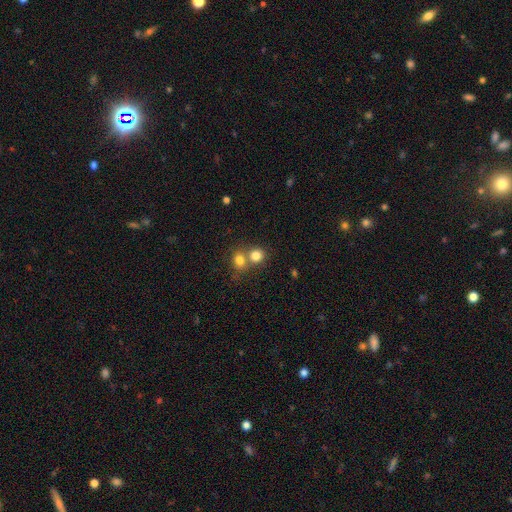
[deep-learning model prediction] A smooth galaxy with no disk features (80%) that is round (80%). Merging: merger (47%).